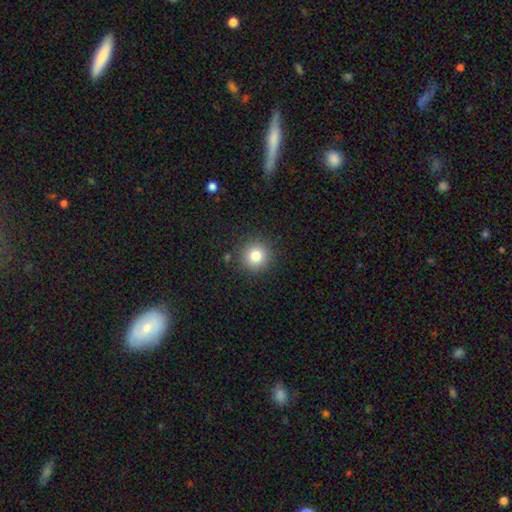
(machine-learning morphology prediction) Overall: smooth (81%). How rounded: round (94%). Merging: none (88%).